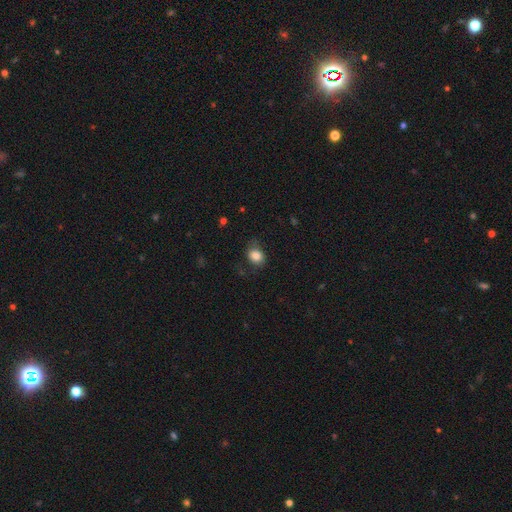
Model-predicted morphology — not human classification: Smooth or featured? smooth (83%)
How rounded? in between (51%)
Merging? none (68%)